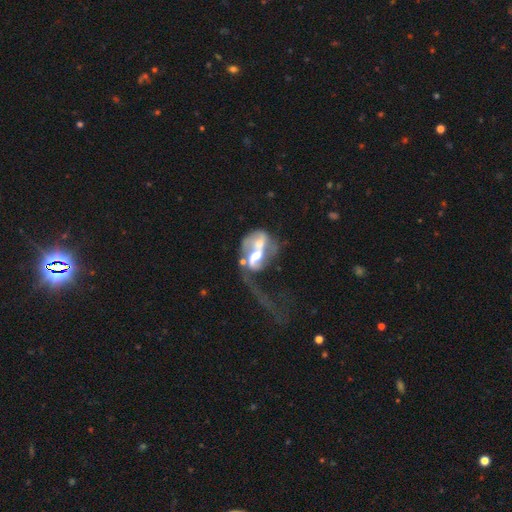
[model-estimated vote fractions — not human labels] Overall: featured or disk (73%). Edge-on disk: no (96%). Bar: no (43%; weak 34%). Spiral arms: yes (66%; no 34%). Bulge size: moderate (59%). Merging: merger (58%; major disturbance 27%).